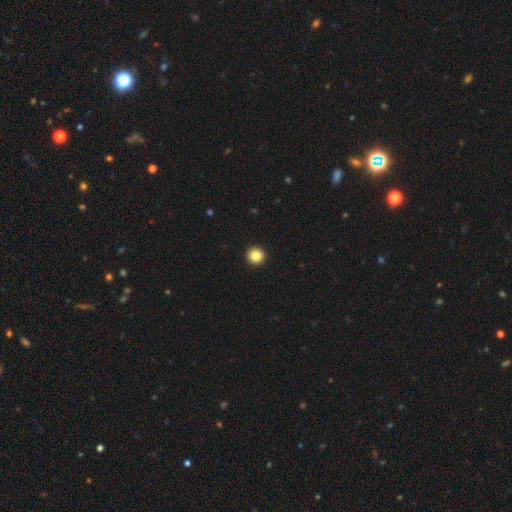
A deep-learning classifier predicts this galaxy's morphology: Overall: smooth (85%). How rounded: round (96%). Merging: none (94%).